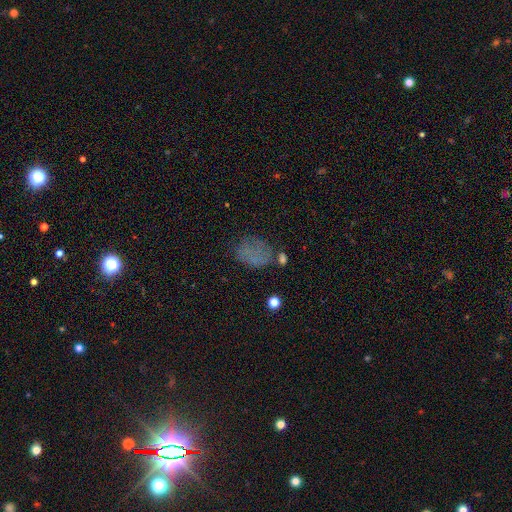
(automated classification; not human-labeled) Smooth or featured? Predicted: smooth (p=0.56). How rounded? Predicted: in between (p=0.67). Merging? Predicted: none (p=0.50).